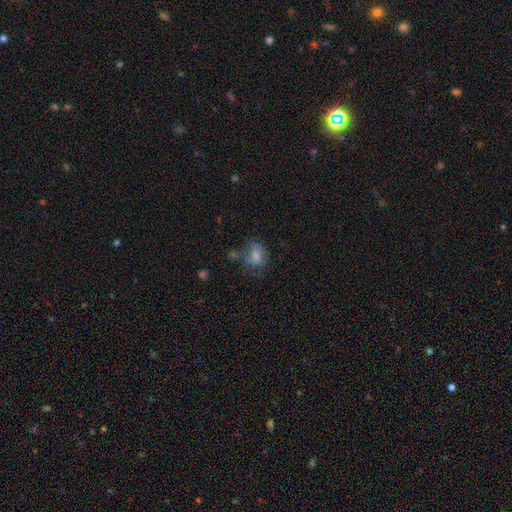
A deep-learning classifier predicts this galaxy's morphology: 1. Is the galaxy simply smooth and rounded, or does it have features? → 48% smooth, 32% featured or disk, 21% star or artifact.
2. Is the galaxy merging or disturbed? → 50% none, 22% minor disturbance, 19% major disturbance, 9% merger.